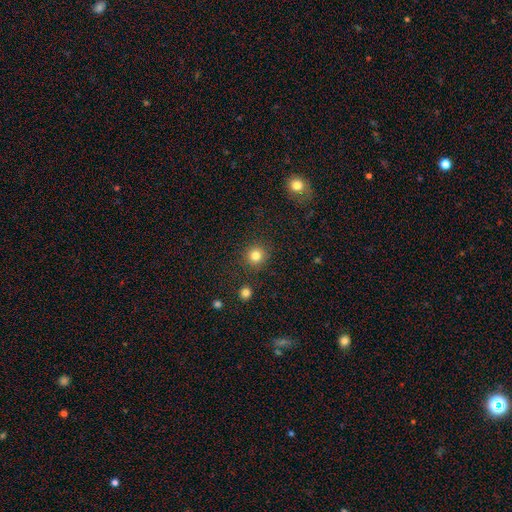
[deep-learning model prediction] A smooth galaxy with no disk features (83%) that is round (92%).

Vote fractions:
- Smooth or featured? smooth: 83% / star or artifact: 12% / featured or disk: 5%
- How rounded? round: 92% / in between: 7% / cigar-shaped: 1%
- Merging? none: 88% / minor disturbance: 6% / major disturbance: 3% / merger: 2%